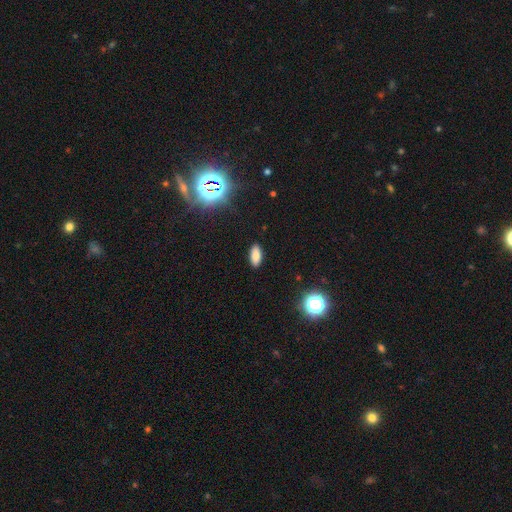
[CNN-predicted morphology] smooth_or_featured: smooth (p=0.79) [alt: star or artifact p=0.13]
how_rounded: in between (p=0.87) [alt: cigar-shaped p=0.10]
merging: none (p=0.89) [alt: minor disturbance p=0.08]